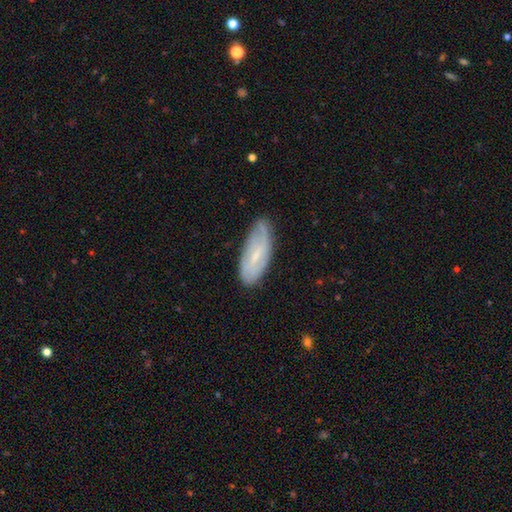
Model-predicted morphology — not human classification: The model was most divided on "smooth or featured": featured or disk: 54%, smooth: 39%, star or artifact: 7%. More confident: edge-on disk — no (85%); merging — none (67%).